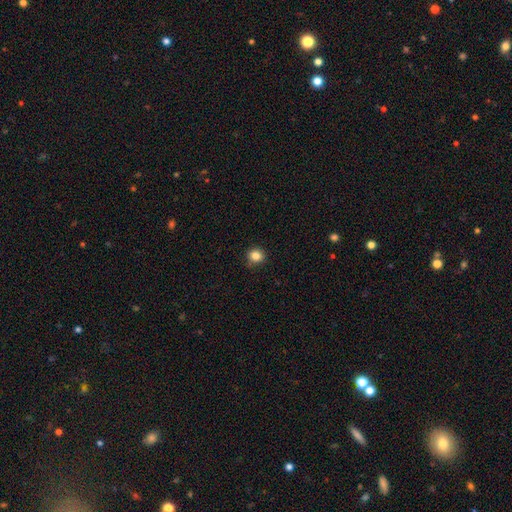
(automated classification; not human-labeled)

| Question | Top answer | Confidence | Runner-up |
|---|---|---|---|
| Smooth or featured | smooth | 85% | star or artifact (11%) |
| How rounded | round | 89% | in between (10%) |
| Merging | none | 88% | minor disturbance (9%) |